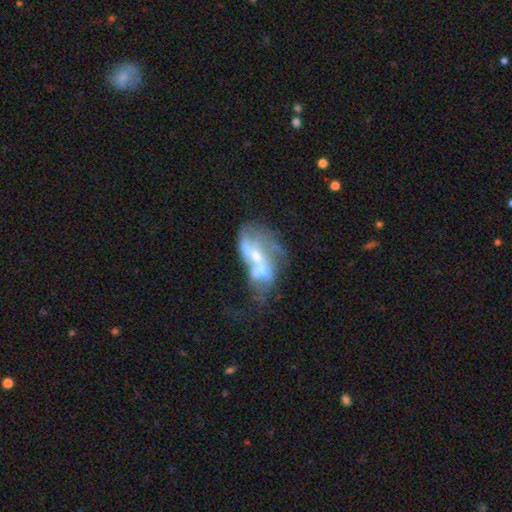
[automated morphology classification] Smooth or featured?
  - featured or disk: 65% *
  - smooth: 24%
  - star or artifact: 11%
Edge-on disk?
  - no: 95% *
  - yes: 5%
Bar?
  - no: 71% *
  - weak: 22%
  - strong: 7%
Spiral arms?
  - no: 64% *
  - yes: 36%
Bulge size?
  - moderate: 49% *
  - small: 32%
  - none: 11%
  - large: 6%
  - dominant: 2%
Merging?
  - merger: 59% *
  - major disturbance: 21%
  - none: 13%
  - minor disturbance: 8%